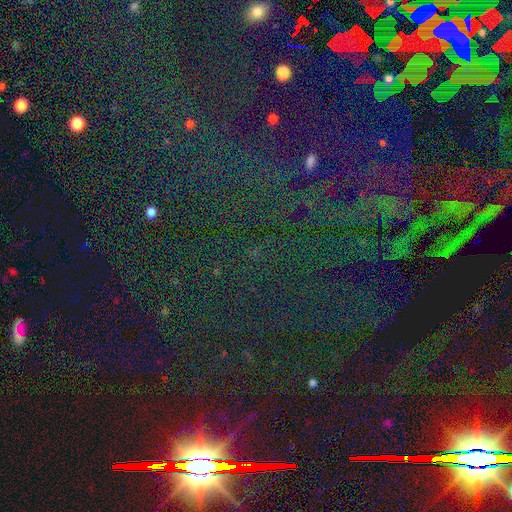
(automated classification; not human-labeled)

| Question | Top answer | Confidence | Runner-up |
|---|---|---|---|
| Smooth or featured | star or artifact | 83% | smooth (10%) |